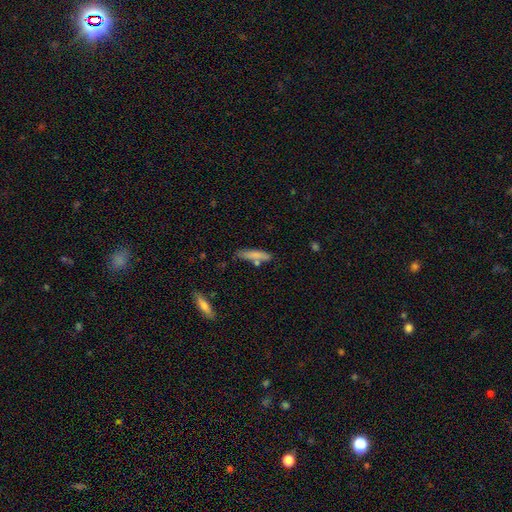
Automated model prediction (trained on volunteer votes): A smooth galaxy with no disk features (77%) that is cigar-shaped (83%).

Vote fractions:
- Smooth or featured? smooth: 77% / featured or disk: 16% / star or artifact: 7%
- How rounded? cigar-shaped: 83% / in between: 16% / round: 2%
- Merging? none: 71% / minor disturbance: 16% / merger: 9% / major disturbance: 3%